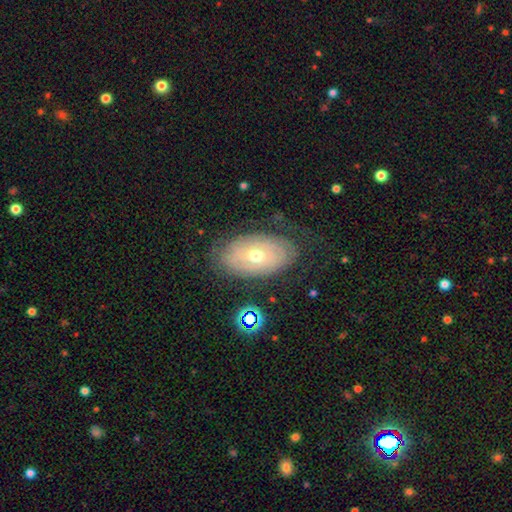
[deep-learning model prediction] This is likely a featured or disk galaxy (67%). It is clearly not viewed edge-on (91%). Bar: likely no (72%). Spiral arm pattern: likely yes (67%). Central bulge: likely moderate (65%). Merging: likely none (73%).